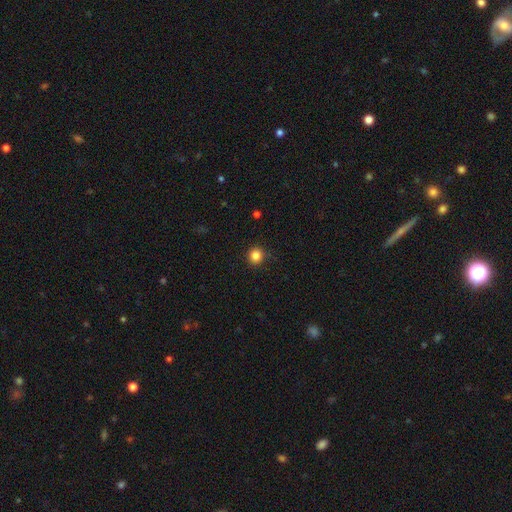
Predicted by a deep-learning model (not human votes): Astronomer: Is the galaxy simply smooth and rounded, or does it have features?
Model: smooth — 85%.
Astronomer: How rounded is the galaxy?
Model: round — 92%.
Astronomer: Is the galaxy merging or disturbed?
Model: none — 90%.